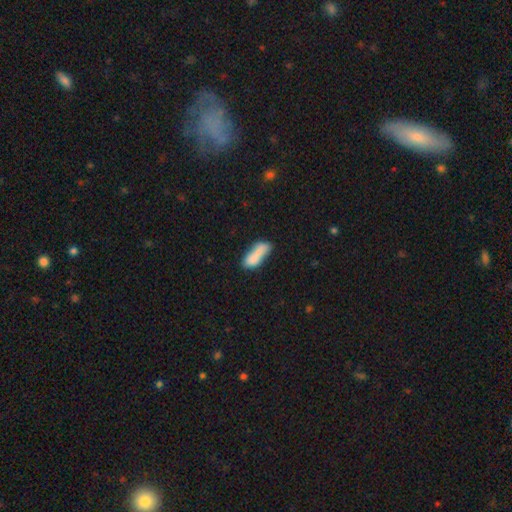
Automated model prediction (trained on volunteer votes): smooth_or_featured: smooth (p=0.73) [alt: featured or disk p=0.19]
how_rounded: in between (p=0.70) [alt: cigar-shaped p=0.27]
merging: merger (p=0.41) [alt: none p=0.33]